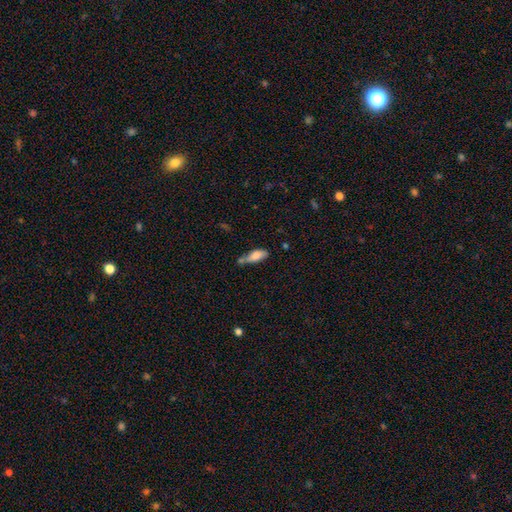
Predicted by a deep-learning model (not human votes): Smooth or featured: smooth — 79% (featured or disk — 14%)
How rounded: in between — 72% (cigar-shaped — 25%)
Merging: none — 38% (minor disturbance — 27%)